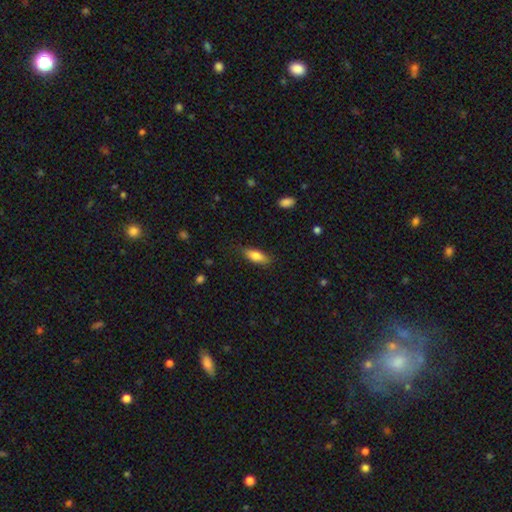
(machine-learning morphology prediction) Smooth or featured? Predicted: smooth (p=0.79). How rounded? Predicted: in between (p=0.68). Merging? Predicted: none (p=0.81).